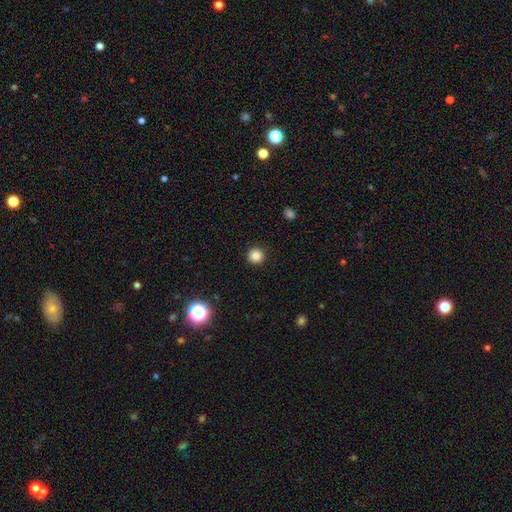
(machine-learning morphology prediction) Q: Smooth or featured?
A: smooth (84%); runner-up: star or artifact (12%)
Q: How rounded?
A: round (95%); runner-up: in between (4%)
Q: Merging?
A: none (93%); runner-up: minor disturbance (4%)